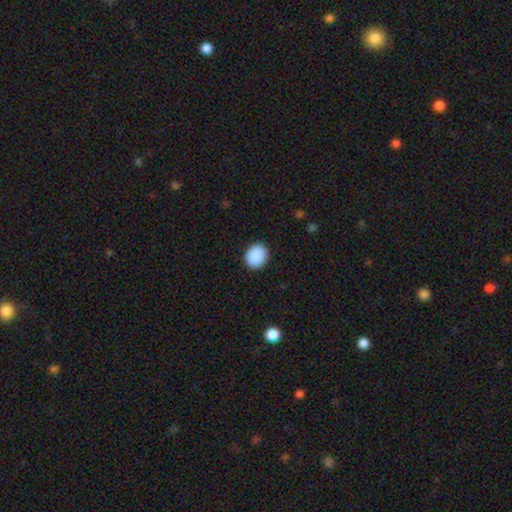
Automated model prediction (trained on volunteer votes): The model was most divided on "how rounded": round: 57%, in between: 42%, cigar-shaped: 1%. More confident: smooth or featured — smooth (90%); merging — none (90%).